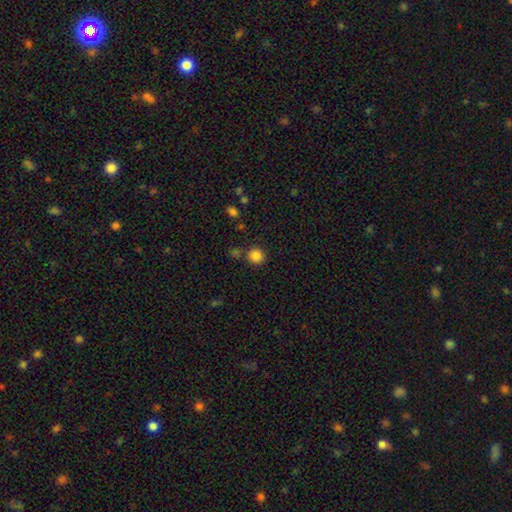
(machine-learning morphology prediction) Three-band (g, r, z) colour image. It shows a smooth galaxy with no disk features (85%) that is round (90%). Merging: none (81%).